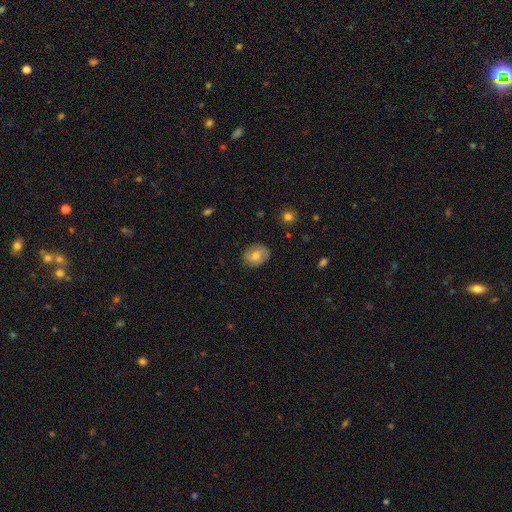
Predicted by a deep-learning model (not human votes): A smooth galaxy with no disk features (62%) that is round (56%).

Vote fractions:
- Smooth or featured? smooth: 62% / featured or disk: 30% / star or artifact: 8%
- How rounded? round: 56% / in between: 43% / cigar-shaped: 1%
- Merging? none: 84% / minor disturbance: 12% / major disturbance: 3% / merger: 1%